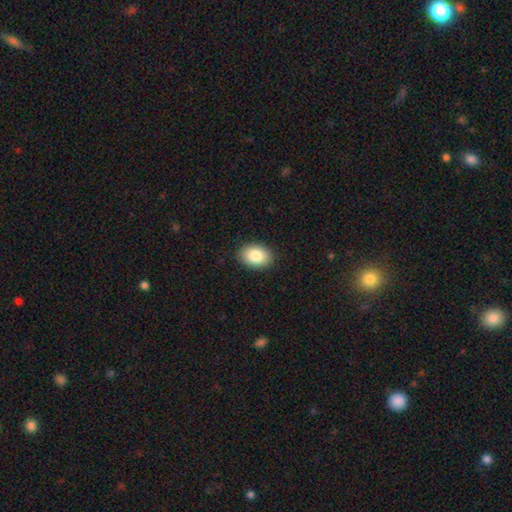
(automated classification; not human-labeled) This is clearly a smooth galaxy (86%). How rounded: likely in between (79%). Merging: clearly none (89%).